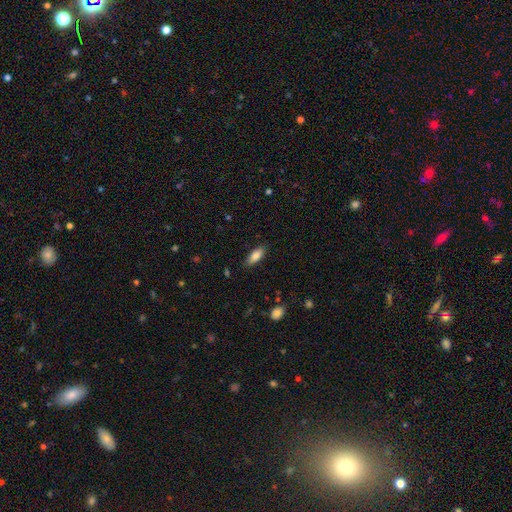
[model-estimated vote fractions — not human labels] smooth 83%, featured or disk 10%, star or artifact 7%. Down the decision tree: how rounded — in between (76%); merging — none (84%).